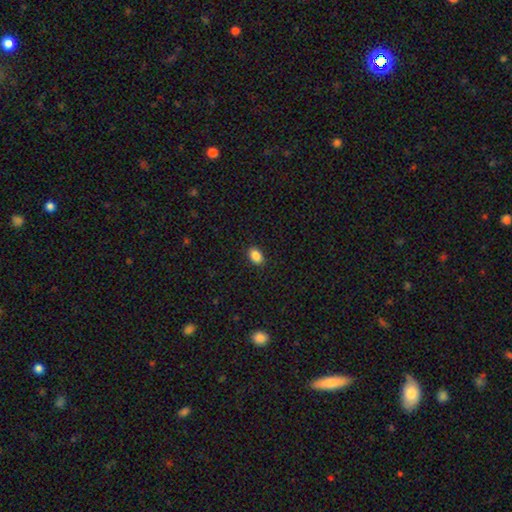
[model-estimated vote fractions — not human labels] Smooth or featured? Predicted: smooth (p=0.87). How rounded? Predicted: in between (p=0.84). Merging? Predicted: none (p=0.90).